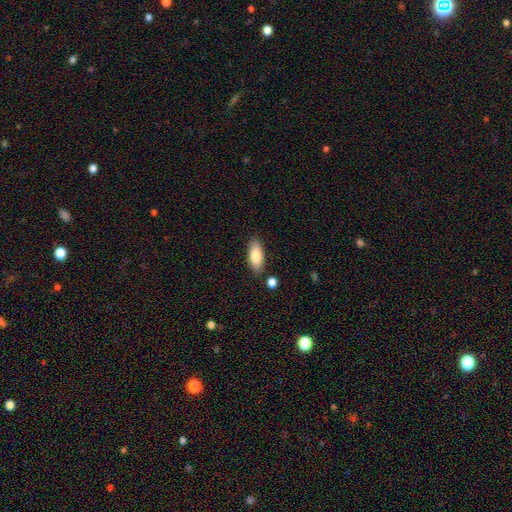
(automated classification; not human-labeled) Smooth or featured: smooth — 83% (featured or disk — 10%)
How rounded: in between — 80% (cigar-shaped — 18%)
Merging: none — 83% (minor disturbance — 11%)